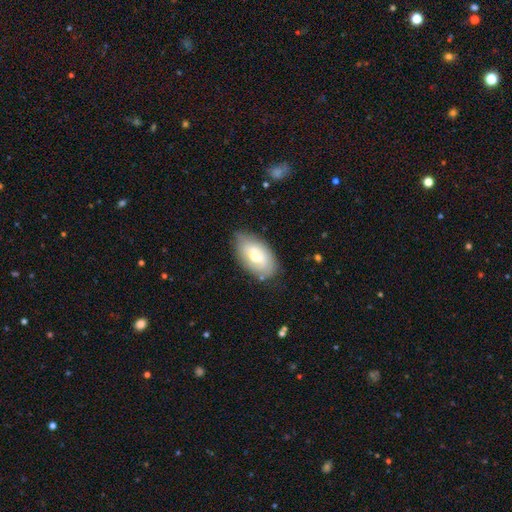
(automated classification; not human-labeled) smooth_or_featured: smooth (p=0.54) [alt: featured or disk p=0.40]
how_rounded: in between (p=0.93) [alt: round p=0.04]
merging: none (p=0.68) [alt: minor disturbance p=0.23]